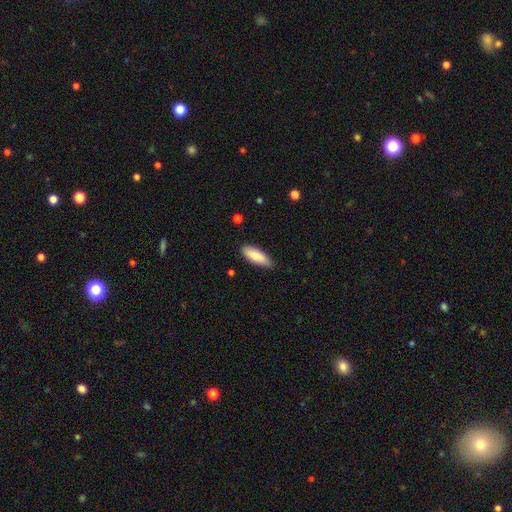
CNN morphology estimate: Smooth or featured: smooth — 81% (featured or disk — 13%)
How rounded: in between — 71% (cigar-shaped — 27%)
Merging: none — 82% (minor disturbance — 15%)